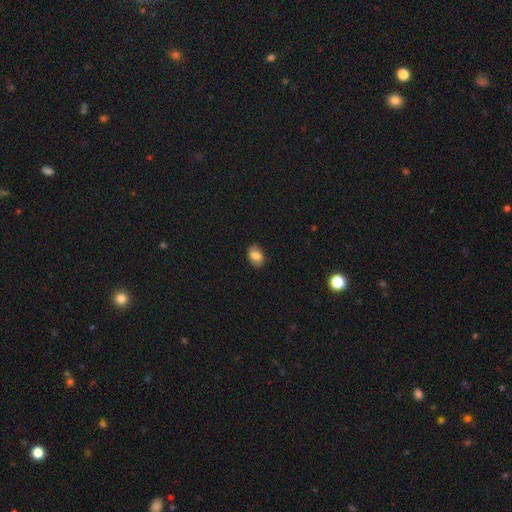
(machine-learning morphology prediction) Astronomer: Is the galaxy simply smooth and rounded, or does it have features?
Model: smooth — 83%.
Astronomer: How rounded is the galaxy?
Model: in between — 80%.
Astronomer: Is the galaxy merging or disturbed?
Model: none — 86%.